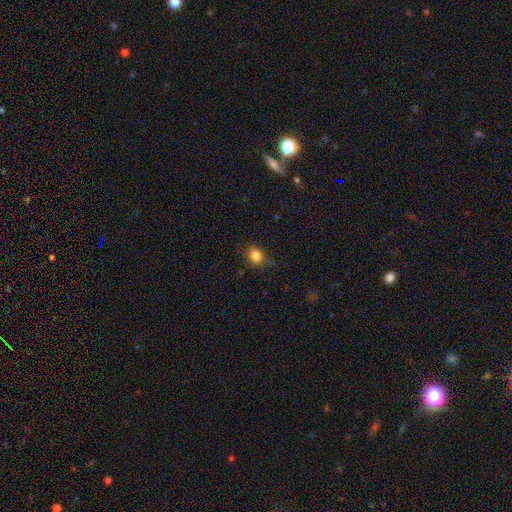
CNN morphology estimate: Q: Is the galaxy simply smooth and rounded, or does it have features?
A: smooth — 83%.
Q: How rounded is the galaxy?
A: round — 67%.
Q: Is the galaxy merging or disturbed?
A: none — 76%.